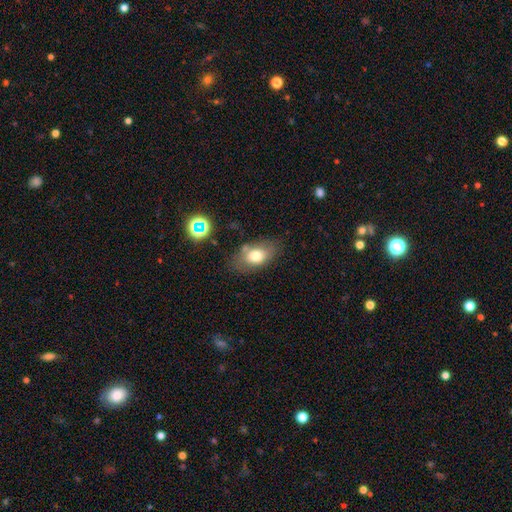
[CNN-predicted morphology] Q: Smooth or featured?
A: smooth (73%); runner-up: featured or disk (17%)
Q: How rounded?
A: in between (87%); runner-up: round (11%)
Q: Merging?
A: none (68%); runner-up: minor disturbance (20%)